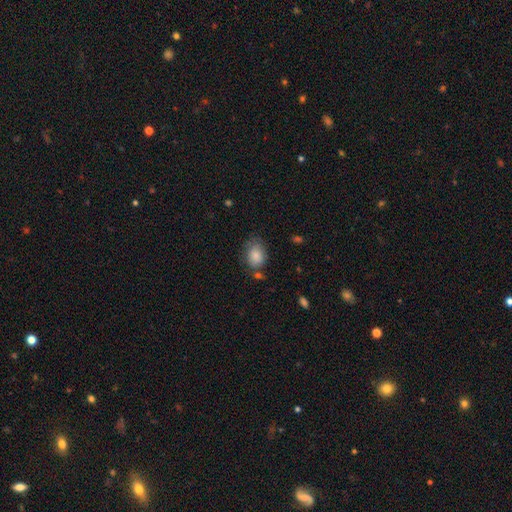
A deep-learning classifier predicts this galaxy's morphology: Smooth or featured? Predicted: smooth (p=0.83). How rounded? Predicted: in between (p=0.66). Merging? Predicted: none (p=0.57).